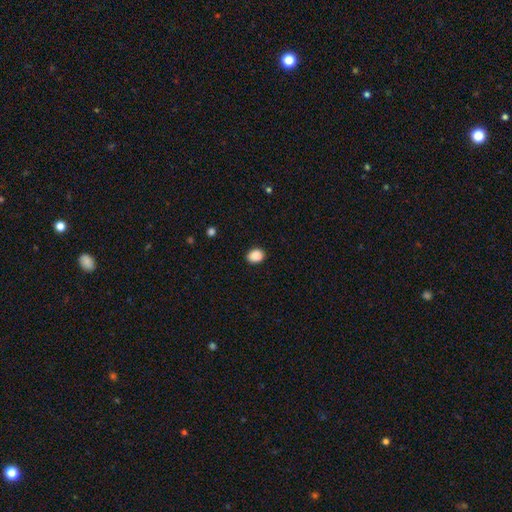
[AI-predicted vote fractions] The model was most divided on "how rounded": in between: 54%, round: 45%, cigar-shaped: 1%. More confident: smooth or featured — smooth (89%); merging — none (85%).